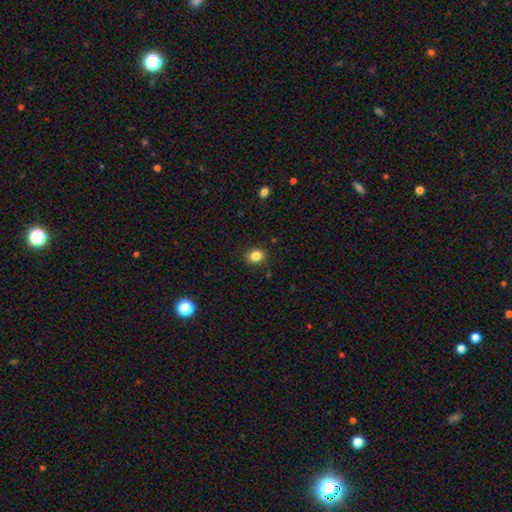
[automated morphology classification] The model was most divided on "how rounded": round: 57%, in between: 42%, cigar-shaped: 1%. More confident: merging — none (88%); smooth or featured — smooth (84%).